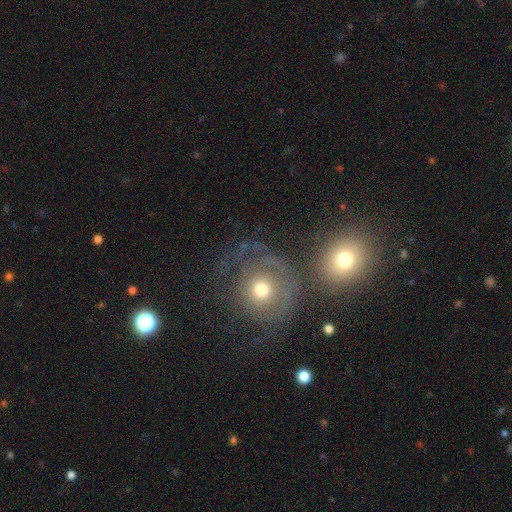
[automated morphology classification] type=featured or disk (58%); edge-on=no (95%); bar=no (80%); spiral arms=yes (73%); bulge=moderate (58%); merging=none (60%).